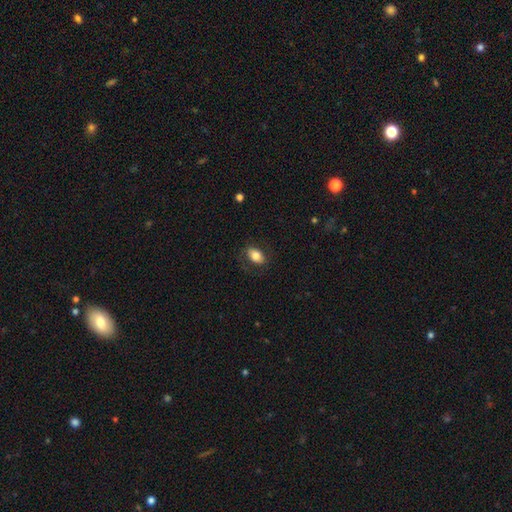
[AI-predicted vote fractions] smooth-or-featured: smooth: 78% | featured or disk: 14% | star or artifact: 7%
  how-rounded: in between: 88% | round: 10% | cigar-shaped: 2%
  merging: none: 80% | minor disturbance: 14% | major disturbance: 5% | merger: 1%